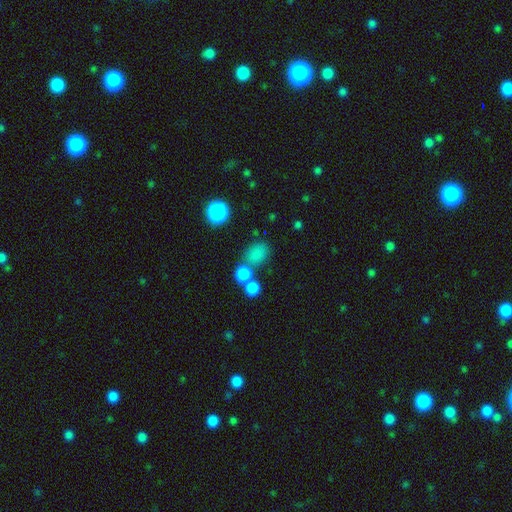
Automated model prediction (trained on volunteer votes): A smooth galaxy with no disk features (79%) that is in between round and cigar-shaped (57%).

Vote fractions:
- Smooth or featured? smooth: 79% / star or artifact: 14% / featured or disk: 7%
- How rounded? in between: 57% / round: 42% / cigar-shaped: 2%
- Merging? none: 52% / merger: 30% / minor disturbance: 12% / major disturbance: 6%